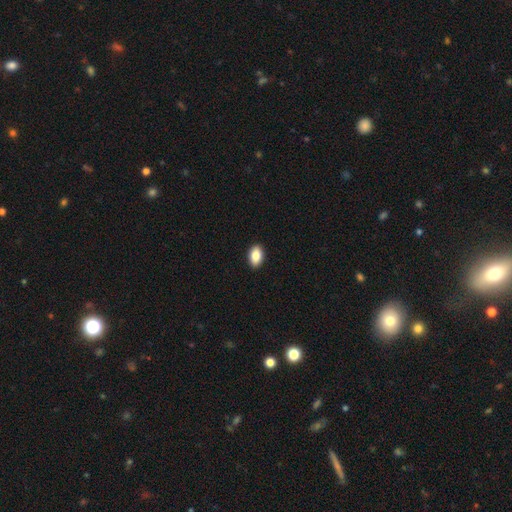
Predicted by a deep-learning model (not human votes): Q: Smooth or featured?
A: smooth (86%); runner-up: star or artifact (7%)
Q: How rounded?
A: in between (91%); runner-up: round (8%)
Q: Merging?
A: none (92%); runner-up: minor disturbance (6%)